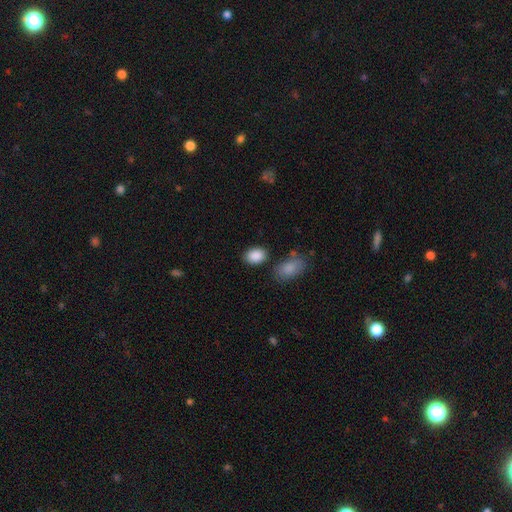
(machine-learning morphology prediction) Smooth or featured? Predicted: smooth (p=0.89). How rounded? Predicted: in between (p=0.81). Merging? Predicted: none (p=0.79).